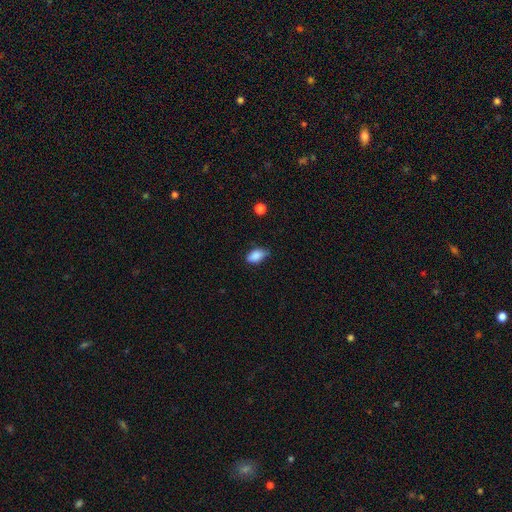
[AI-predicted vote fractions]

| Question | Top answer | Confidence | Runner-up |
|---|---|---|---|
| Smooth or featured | smooth | 87% | star or artifact (8%) |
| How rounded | in between | 91% | round (5%) |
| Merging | none | 67% | minor disturbance (28%) |